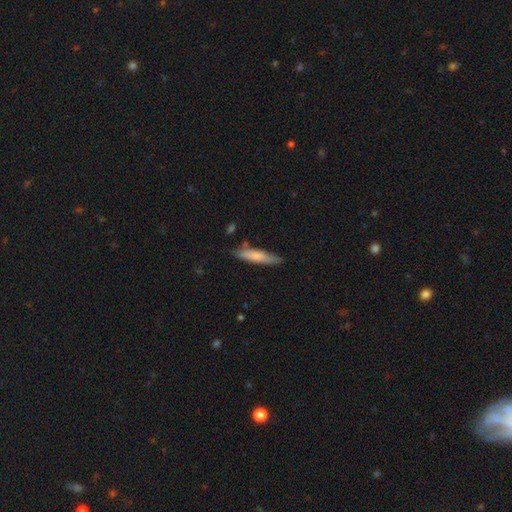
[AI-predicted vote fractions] Morphology: type=smooth (72%); roundness=cigar-shaped (81%); merging=none (75%).